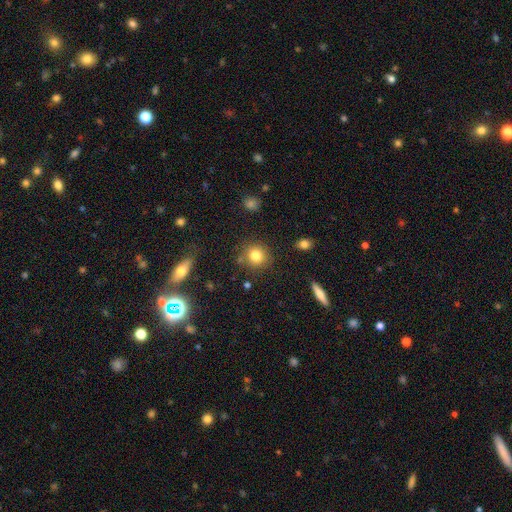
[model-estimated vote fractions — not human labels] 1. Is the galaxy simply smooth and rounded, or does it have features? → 81% smooth, 11% star or artifact, 7% featured or disk.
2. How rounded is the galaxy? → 89% round, 10% in between, 1% cigar-shaped.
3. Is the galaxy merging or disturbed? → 82% none, 9% minor disturbance, 5% merger, 3% major disturbance.